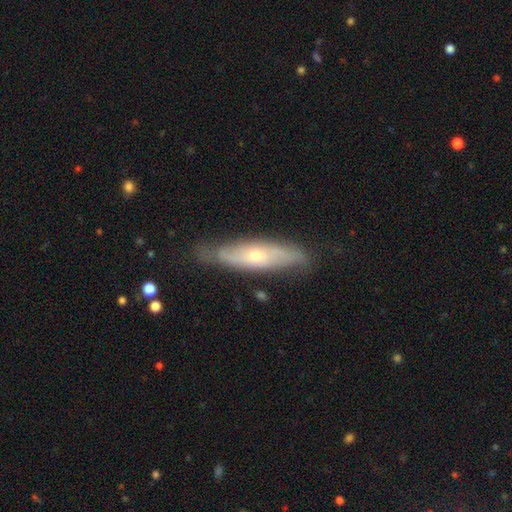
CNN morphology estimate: smooth_or_featured: featured or disk (p=0.63) [alt: smooth p=0.31]
disk_edge_on: no (p=0.58) [alt: yes p=0.42]
merging: none (p=0.76) [alt: minor disturbance p=0.19]